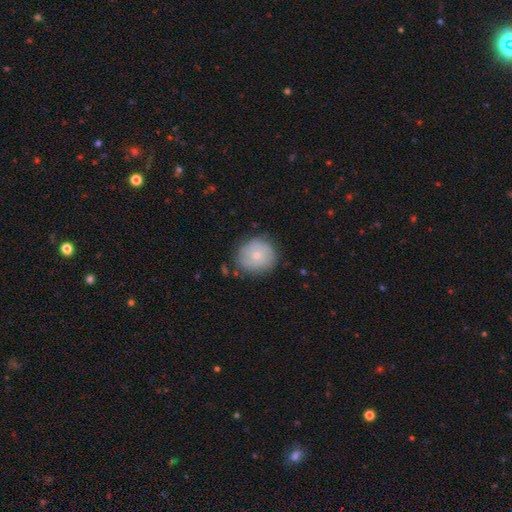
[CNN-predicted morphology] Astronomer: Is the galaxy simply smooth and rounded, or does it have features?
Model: smooth — 53% (runner-up: featured or disk, 40%).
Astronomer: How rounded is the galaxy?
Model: round — 87%.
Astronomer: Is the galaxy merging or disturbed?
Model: none — 76%.